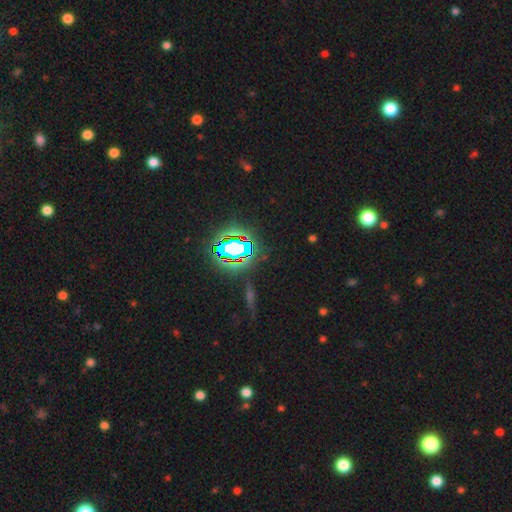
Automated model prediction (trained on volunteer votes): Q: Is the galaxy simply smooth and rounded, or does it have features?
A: star or artifact — 81%.